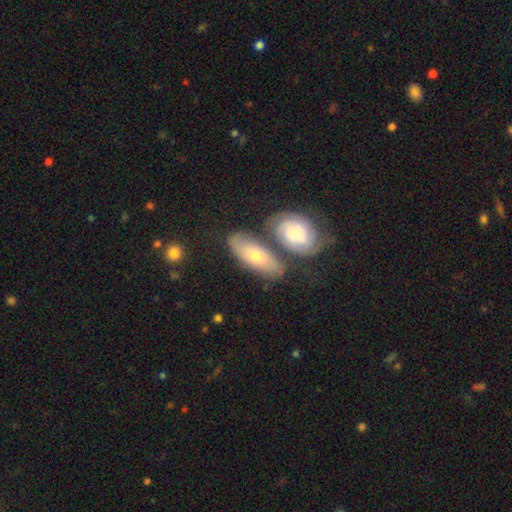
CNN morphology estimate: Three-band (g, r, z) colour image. It shows a smooth galaxy with no disk features (47%, tied with featured or disk). Merging: none (52%).